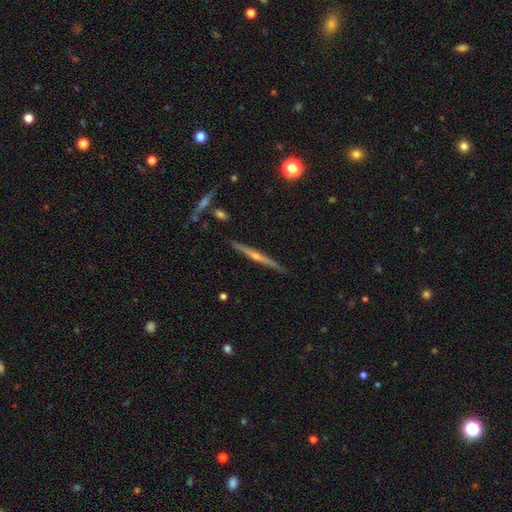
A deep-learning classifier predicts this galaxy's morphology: A featured or disk galaxy (76%) viewed edge-on (98%) with a rounded central bulge (76%). Merging: none (89%).